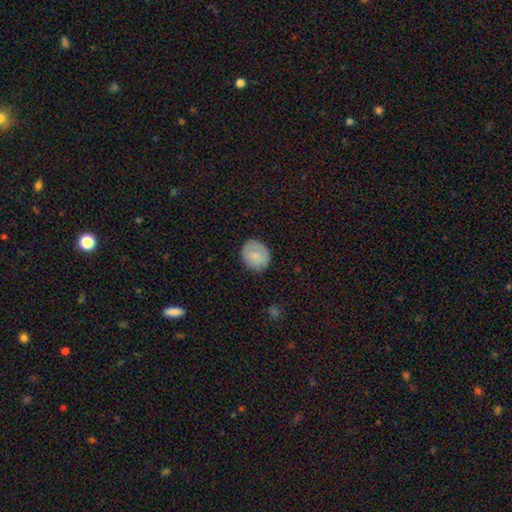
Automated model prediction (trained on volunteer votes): Smooth or featured? smooth (78%)
How rounded? round (67%)
Merging? none (78%)